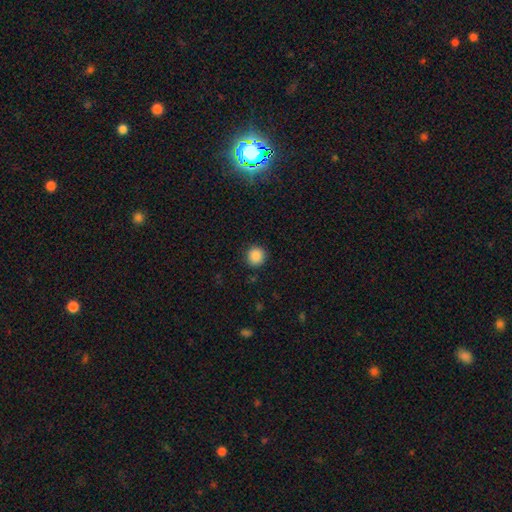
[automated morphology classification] Smooth or featured? smooth (88%)
How rounded? round (93%)
Merging? none (91%)